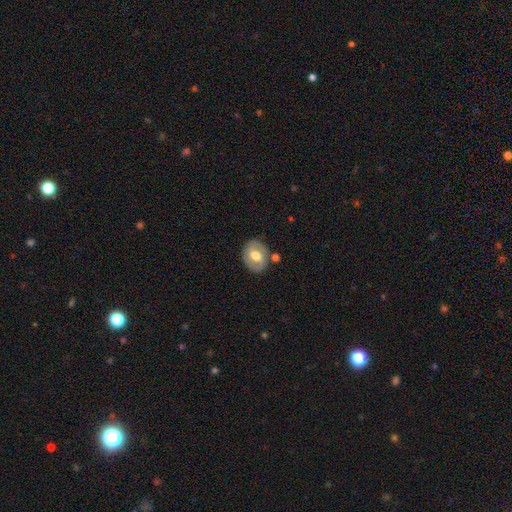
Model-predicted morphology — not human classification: This appears to be a smooth galaxy with no disk features (51%) that is in between round and cigar-shaped (61%). Merging: none (76%).